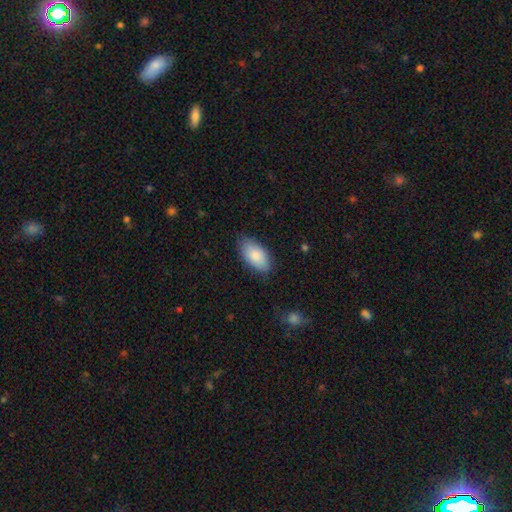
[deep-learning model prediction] smooth_or_featured: smooth (p=0.85) [alt: featured or disk p=0.09]
how_rounded: in between (p=0.94) [alt: cigar-shaped p=0.03]
merging: none (p=0.78) [alt: minor disturbance p=0.17]